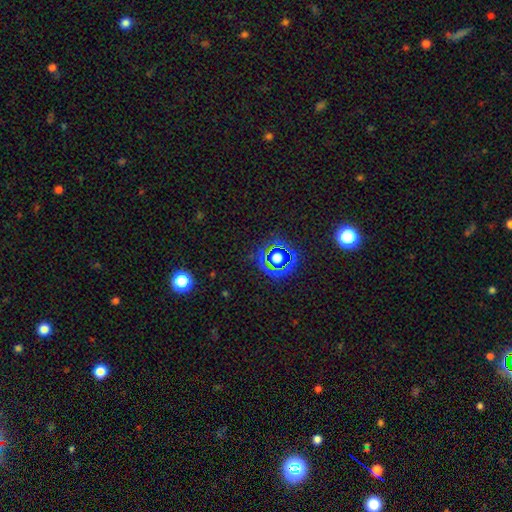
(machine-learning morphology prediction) smooth_or_featured: star or artifact (p=0.75) [alt: smooth p=0.16]